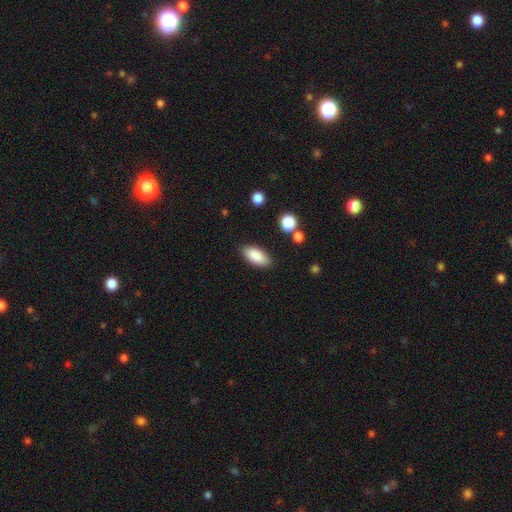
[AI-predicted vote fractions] Smooth or featured? Predicted: smooth (p=0.87). How rounded? Predicted: in between (p=0.86). Merging? Predicted: none (p=0.86).